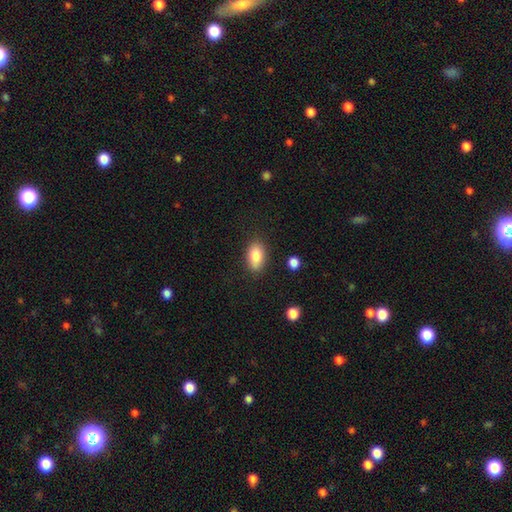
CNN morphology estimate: This is clearly a smooth galaxy (82%). How rounded: clearly in between (88%). Merging: clearly none (81%).